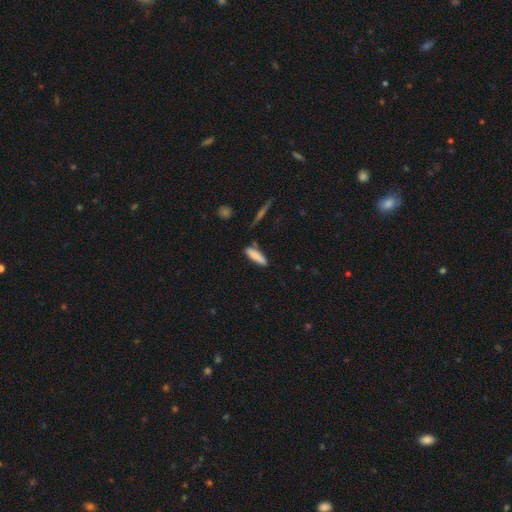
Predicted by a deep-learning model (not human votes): smooth 81%, featured or disk 12%, star or artifact 7%. Down the decision tree: how rounded — cigar-shaped (61%); merging — none (73%).